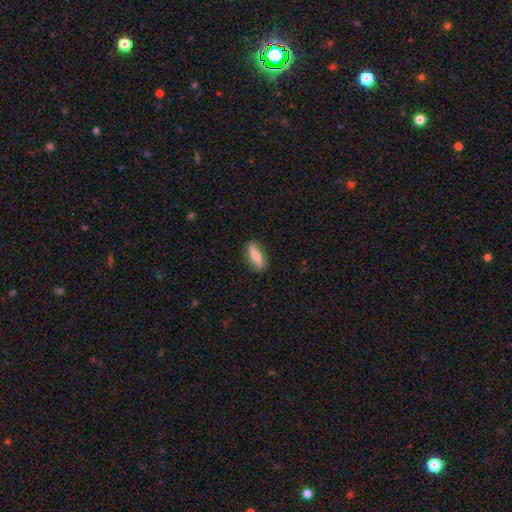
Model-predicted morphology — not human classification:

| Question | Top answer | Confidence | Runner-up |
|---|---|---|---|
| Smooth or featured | smooth | 53% | featured or disk (40%) |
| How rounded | in between | 49% | cigar-shaped (47%) |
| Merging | none | 85% | minor disturbance (11%) |